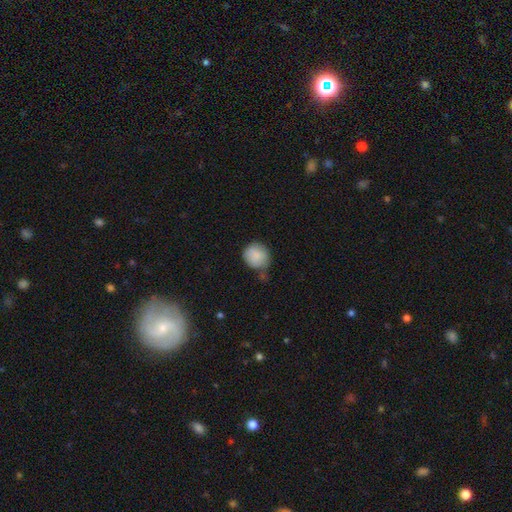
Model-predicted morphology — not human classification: A smooth galaxy with no disk features (86%) that is round (84%). Merging: none (53%).